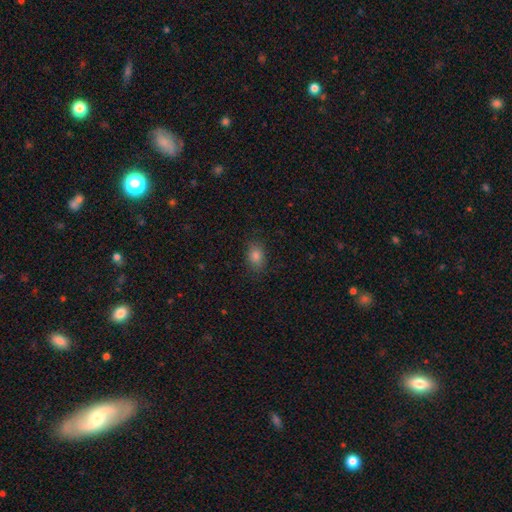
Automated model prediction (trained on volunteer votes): This appears to be a smooth galaxy with no disk features (82%) that is in between round and cigar-shaped (77%). Merging: none (85%).